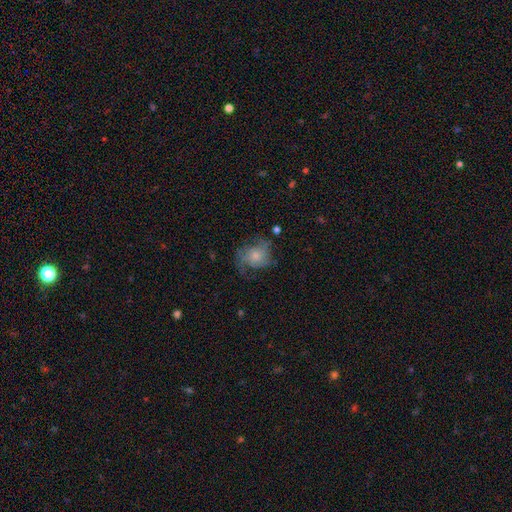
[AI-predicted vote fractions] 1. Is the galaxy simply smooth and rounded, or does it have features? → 52% smooth, 38% featured or disk, 10% star or artifact.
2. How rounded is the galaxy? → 61% round, 38% in between, 1% cigar-shaped.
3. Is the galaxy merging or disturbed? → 44% none, 27% minor disturbance, 27% major disturbance, 2% merger.